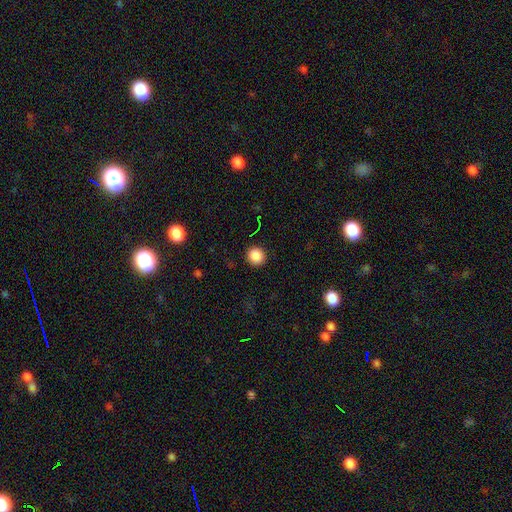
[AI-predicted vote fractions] Smooth or featured? smooth (87%)
How rounded? round (92%)
Merging? none (92%)